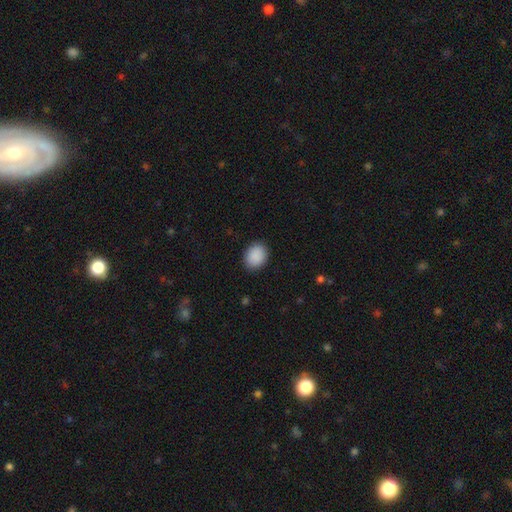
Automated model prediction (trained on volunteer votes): Smooth or featured: smooth — 90% (star or artifact — 7%)
How rounded: in between — 55% (round — 45%)
Merging: none — 89% (minor disturbance — 8%)